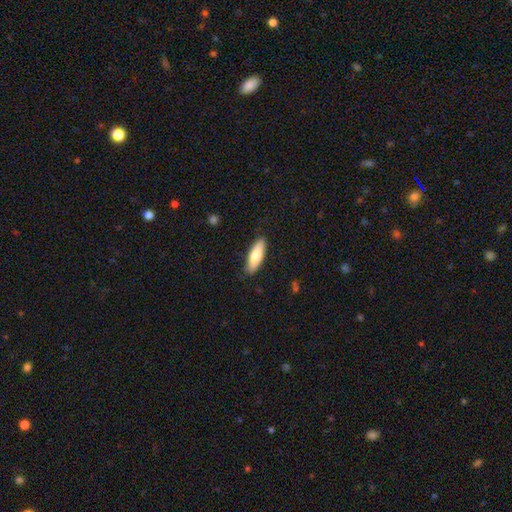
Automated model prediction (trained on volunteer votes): This appears to be a smooth galaxy with no disk features (76%) that is in between round and cigar-shaped (60%). Merging: none (85%).